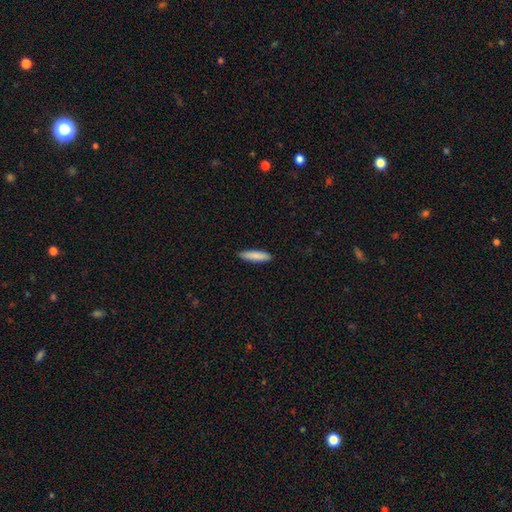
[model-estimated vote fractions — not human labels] A smooth galaxy with no disk features (87%) that is cigar-shaped (79%). Merging: none (91%).